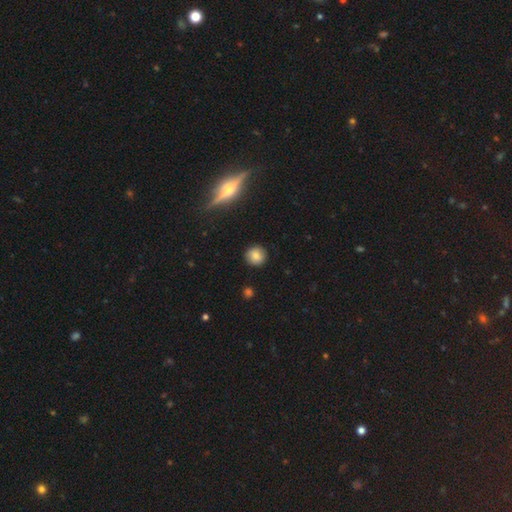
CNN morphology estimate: A smooth galaxy with no disk features (80%) that is round (92%). Merging: none (89%).